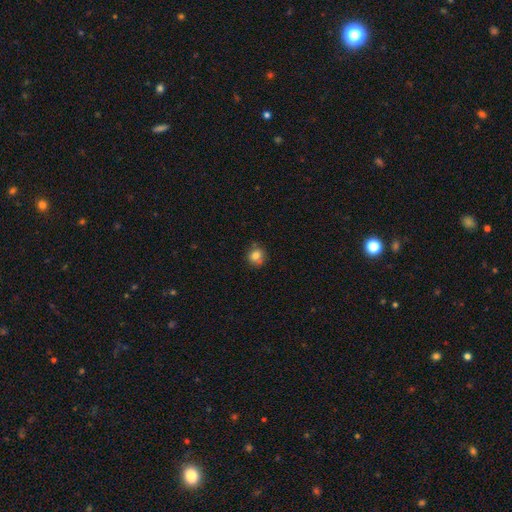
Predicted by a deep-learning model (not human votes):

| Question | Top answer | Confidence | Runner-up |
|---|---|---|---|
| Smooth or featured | smooth | 81% | star or artifact (11%) |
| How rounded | round | 88% | in between (11%) |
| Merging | none | 79% | minor disturbance (15%) |